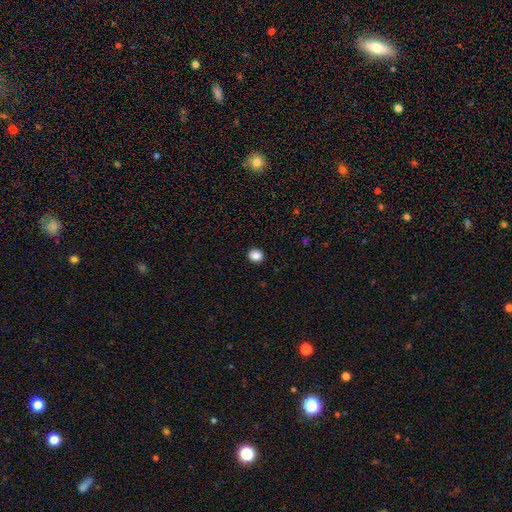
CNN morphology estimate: smooth 87%, star or artifact 10%, featured or disk 3%. Down the decision tree: how rounded — round (80%); merging — none (92%).